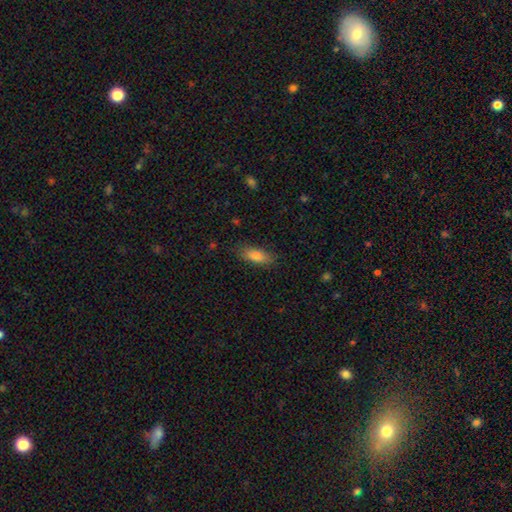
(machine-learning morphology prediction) smooth-or-featured: smooth: 80% | featured or disk: 12% | star or artifact: 8%
  how-rounded: in between: 72% | cigar-shaped: 25% | round: 3%
  merging: none: 83% | minor disturbance: 13% | major disturbance: 3% | merger: 1%